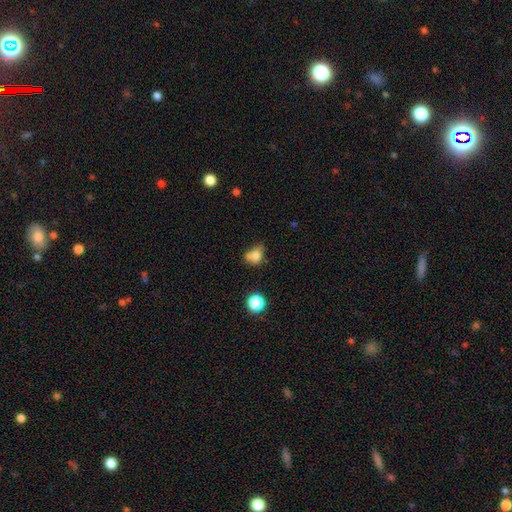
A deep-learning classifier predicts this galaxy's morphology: The model was most divided on "merging": none: 36%, merger: 27%, minor disturbance: 25%, major disturbance: 12%. More confident: smooth or featured — smooth (73%); how rounded — round (54%).